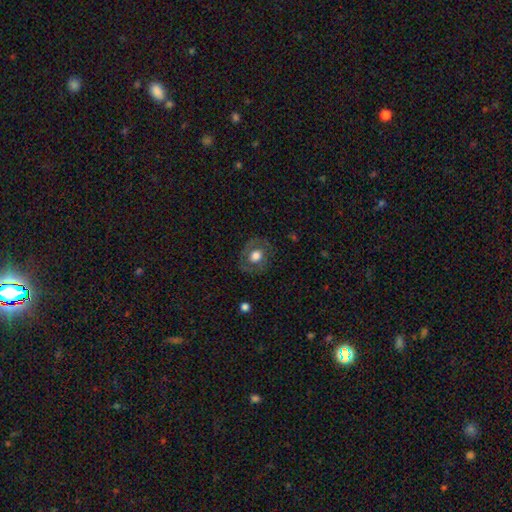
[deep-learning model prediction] Smooth or featured? Predicted: smooth (p=0.58). How rounded? Predicted: round (p=0.64). Merging? Predicted: none (p=0.77).